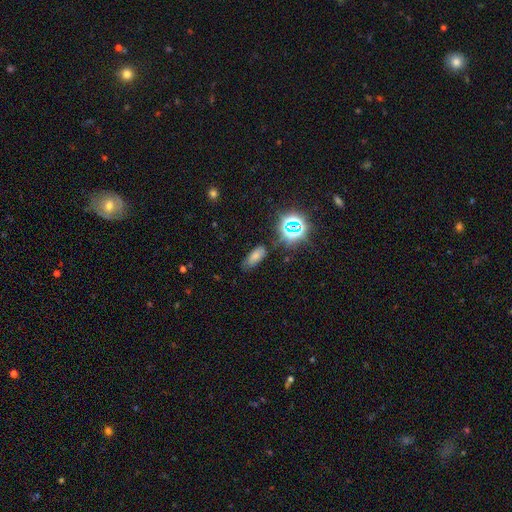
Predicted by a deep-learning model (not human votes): Smooth or featured?
  - smooth: 63% *
  - star or artifact: 25%
  - featured or disk: 12%
How rounded?
  - in between: 84% *
  - cigar-shaped: 11%
  - round: 5%
Merging?
  - none: 74% *
  - minor disturbance: 18%
  - major disturbance: 5%
  - merger: 3%